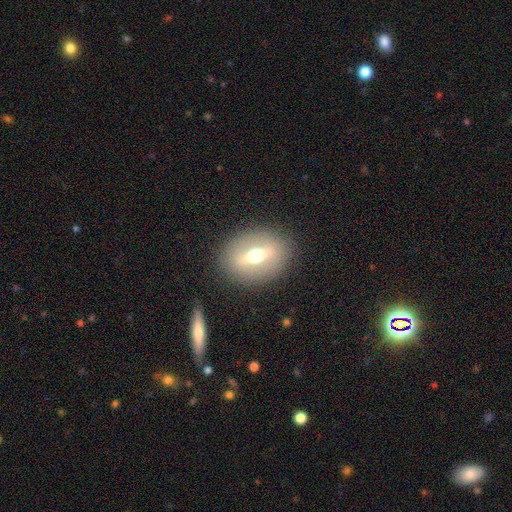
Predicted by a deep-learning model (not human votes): Smooth or featured?
  - featured or disk: 49% *
  - smooth: 41%
  - star or artifact: 9%
Merging?
  - none: 86% *
  - minor disturbance: 9%
  - major disturbance: 4%
  - merger: 1%